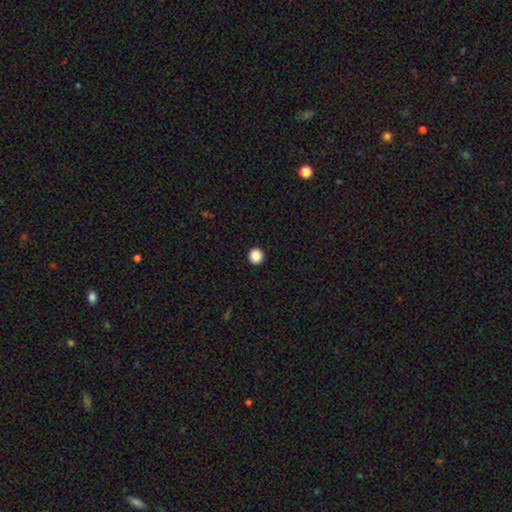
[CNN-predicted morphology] Smooth or featured: smooth — 88% (star or artifact — 10%)
How rounded: round — 95% (in between — 4%)
Merging: none — 94% (minor disturbance — 4%)